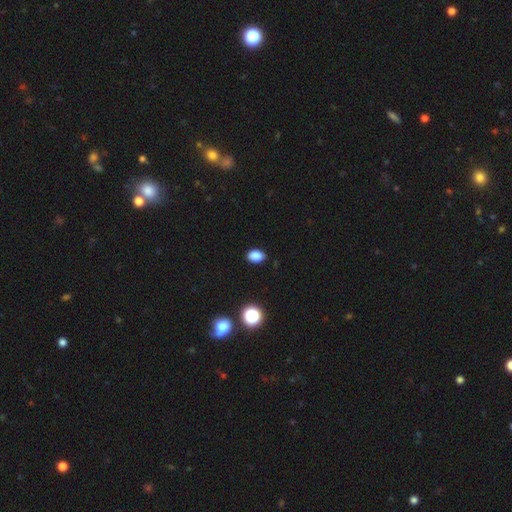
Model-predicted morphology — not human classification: Smooth or featured: smooth — 85% (star or artifact — 11%)
How rounded: in between — 81% (round — 17%)
Merging: none — 87% (minor disturbance — 10%)